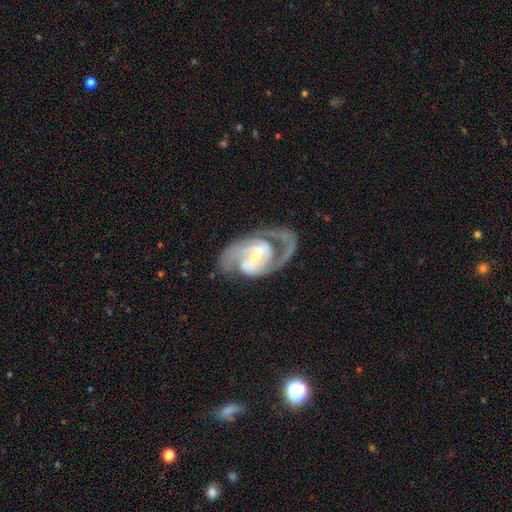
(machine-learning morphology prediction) Smooth or featured: featured or disk — 89% (smooth — 6%)
Edge-on disk: no — 97% (yes — 3%)
Bar: strong — 43% (weak — 40%)
Spiral arms: yes — 96% (no — 4%)
Spiral winding: medium — 52% (tight — 34%)
Spiral arm count: 2 — 84% (can't tell — 5%)
Bulge size: small — 63% (moderate — 27%)
Merging: none — 64% (minor disturbance — 17%)